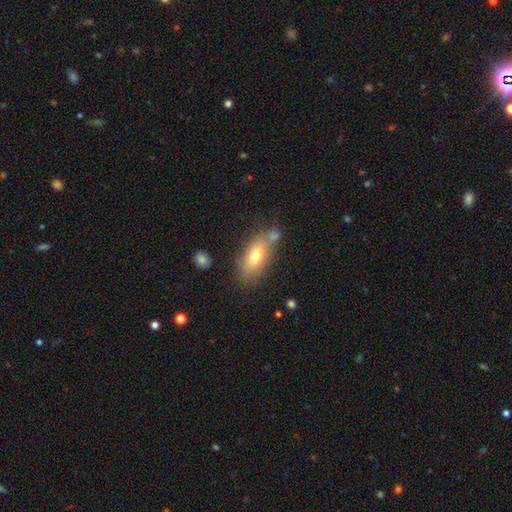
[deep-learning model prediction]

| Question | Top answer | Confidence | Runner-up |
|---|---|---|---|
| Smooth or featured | smooth | 71% | featured or disk (21%) |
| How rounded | in between | 83% | cigar-shaped (13%) |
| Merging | none | 59% | merger (20%) |